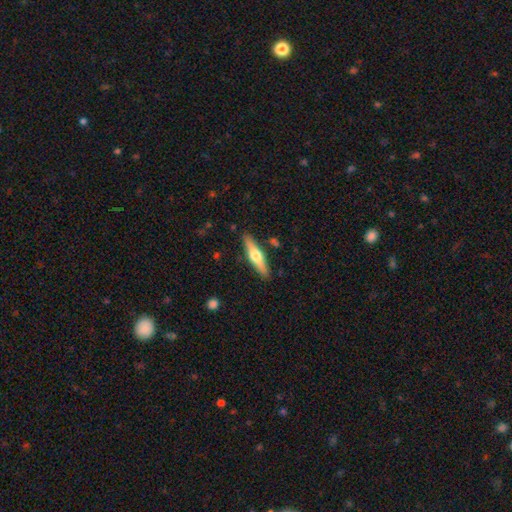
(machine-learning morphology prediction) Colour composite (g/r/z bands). It shows a featured or disk galaxy (52%) viewed edge-on (93%). Merging: none (87%).